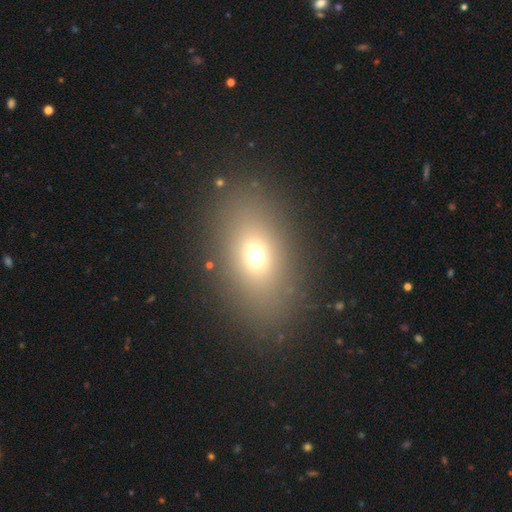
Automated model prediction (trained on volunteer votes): A smooth galaxy with no disk features (66%) that is in between round and cigar-shaped (73%).

Vote fractions:
- Smooth or featured? smooth: 66% / star or artifact: 19% / featured or disk: 15%
- How rounded? in between: 73% / round: 24% / cigar-shaped: 3%
- Merging? none: 84% / minor disturbance: 8% / major disturbance: 6% / merger: 2%